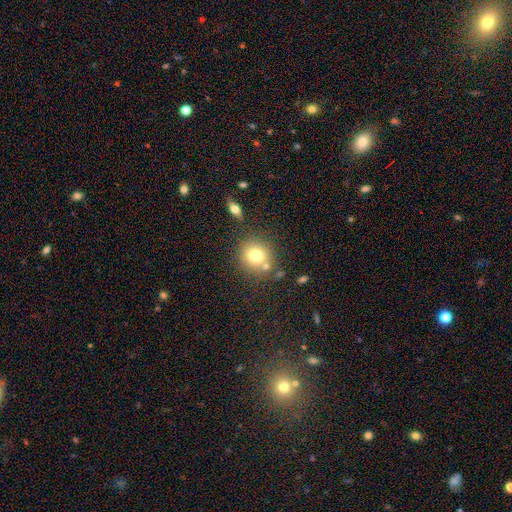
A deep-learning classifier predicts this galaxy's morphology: Smooth or featured?
  - smooth: 75% *
  - featured or disk: 13%
  - star or artifact: 12%
How rounded?
  - round: 88% *
  - in between: 11%
  - cigar-shaped: 1%
Merging?
  - none: 72% *
  - merger: 13%
  - minor disturbance: 11%
  - major disturbance: 4%